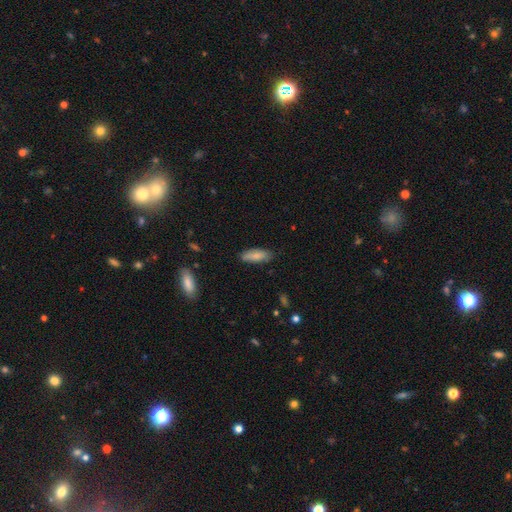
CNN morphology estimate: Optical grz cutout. It shows a smooth galaxy with no disk features (81%) that is in between round and cigar-shaped (61%). Merging: none (80%).